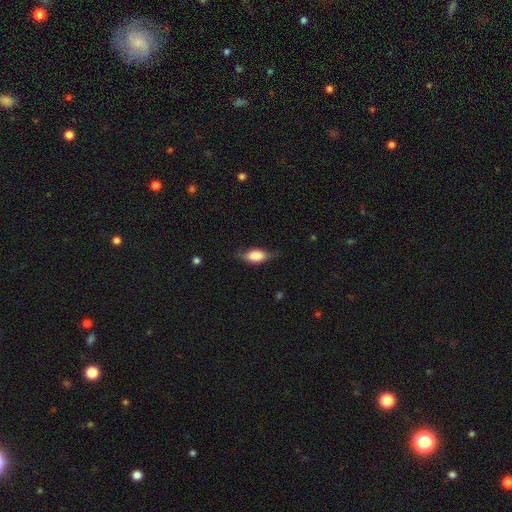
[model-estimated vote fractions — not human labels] Morphology: type=smooth (73%); roundness=in between (83%); merging=none (70%).